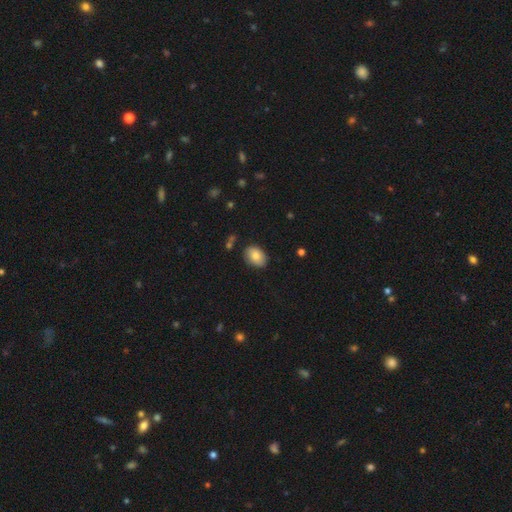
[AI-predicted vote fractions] The model was most divided on "how rounded": in between: 83%, round: 16%, cigar-shaped: 1%. More confident: smooth or featured — smooth (82%); merging — none (82%).